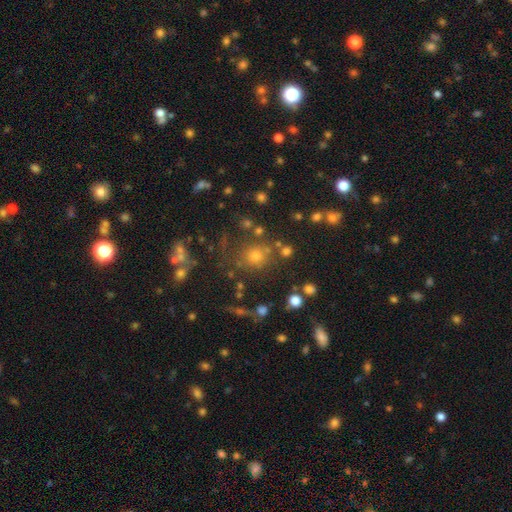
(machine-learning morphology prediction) A smooth galaxy with no disk features (60%) that is round (85%).

Vote fractions:
- Smooth or featured? smooth: 60% / star or artifact: 28% / featured or disk: 11%
- How rounded? round: 85% / in between: 14% / cigar-shaped: 1%
- Merging? none: 73% / minor disturbance: 12% / merger: 9% / major disturbance: 6%